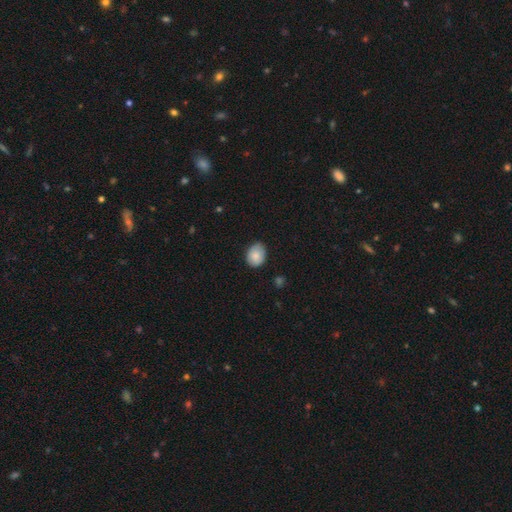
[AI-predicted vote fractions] A smooth galaxy with no disk features (84%) that is in between round and cigar-shaped (57%).

Vote fractions:
- Smooth or featured? smooth: 84% / featured or disk: 9% / star or artifact: 7%
- How rounded? in between: 57% / round: 42% / cigar-shaped: 1%
- Merging? none: 70% / minor disturbance: 25% / major disturbance: 3% / merger: 1%